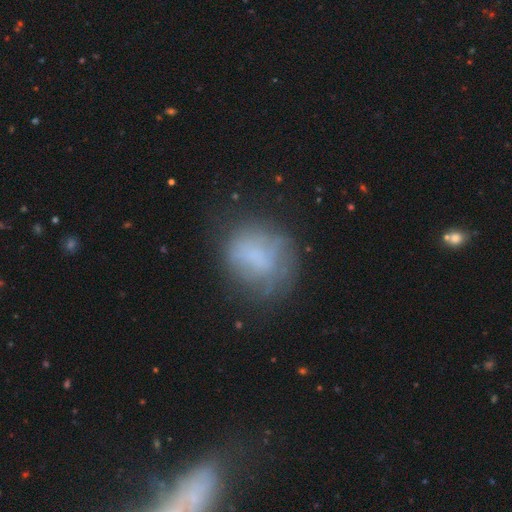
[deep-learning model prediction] Morphology: type=smooth (60%); roundness=round (63%); merging=none (56%).